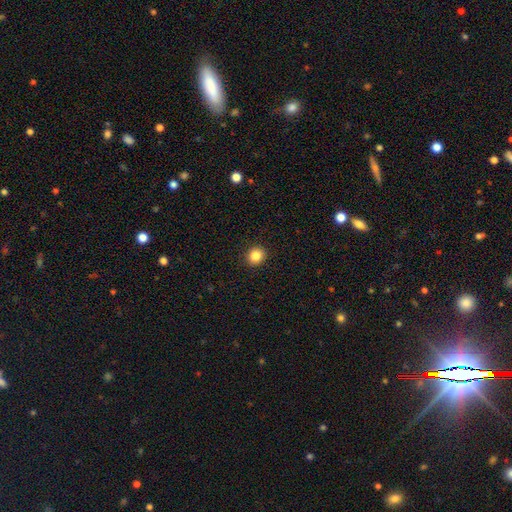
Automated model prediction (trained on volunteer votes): The model was most divided on "how rounded": round: 81%, in between: 18%, cigar-shaped: 1%. More confident: merging — none (92%); smooth or featured — smooth (85%).